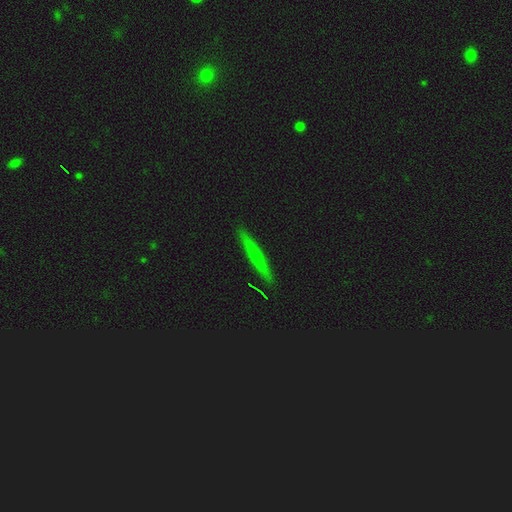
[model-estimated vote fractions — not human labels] A smooth galaxy with no disk features (48%).

Vote fractions:
- Smooth or featured? smooth: 48% / featured or disk: 43% / star or artifact: 10%
- Merging? none: 90% / minor disturbance: 7% / major disturbance: 2% / merger: 1%